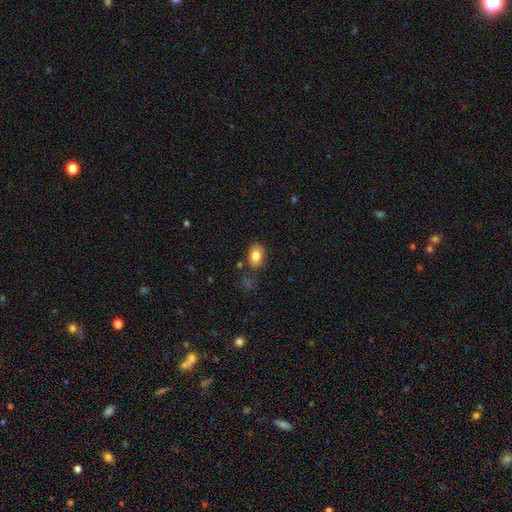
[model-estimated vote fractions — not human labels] This appears to be a smooth galaxy with no disk features (82%) that is in between round and cigar-shaped (75%). Merging: none (72%).